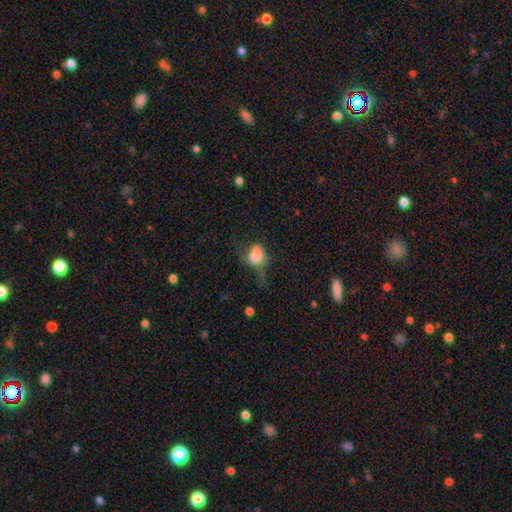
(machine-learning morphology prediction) Q: Smooth or featured?
A: smooth (69%); runner-up: featured or disk (19%)
Q: How rounded?
A: in between (60%); runner-up: round (38%)
Q: Merging?
A: major disturbance (42%); runner-up: minor disturbance (28%)